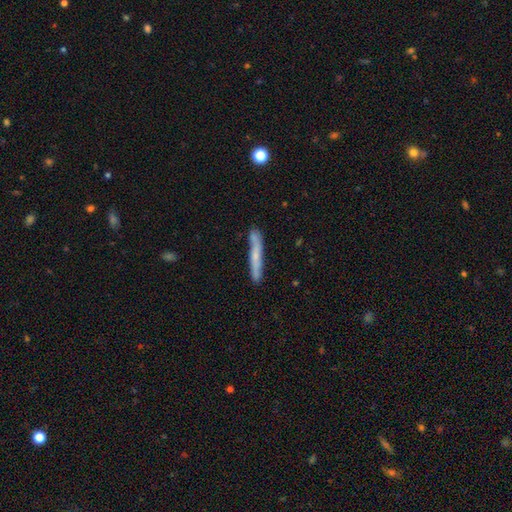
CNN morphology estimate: Overall: smooth (53%; featured or disk 41%). How rounded: cigar-shaped (95%). Merging: none (81%).